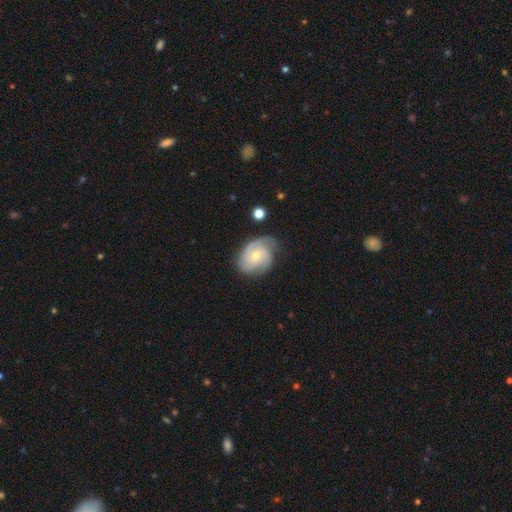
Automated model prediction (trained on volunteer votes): The model was most divided on "spiral arm count": 3: 40%, 2: 29%, can't tell: 17%, 4: 6%, 1: 5%, more than 4: 3%. More confident: edge-on disk — no (97%); spiral arms — yes (95%); smooth or featured — featured or disk (79%); bar — no (76%); merging — none (66%); spiral winding — tight (56%); bulge size — small (55%).